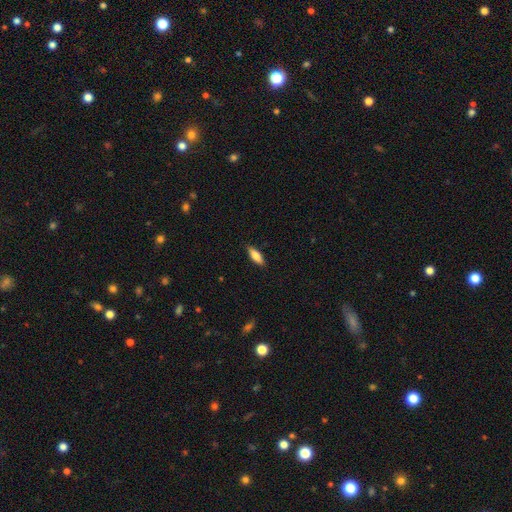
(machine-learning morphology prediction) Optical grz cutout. It shows a smooth galaxy with no disk features (79%) that is in between round and cigar-shaped (58%). Merging: none (88%).